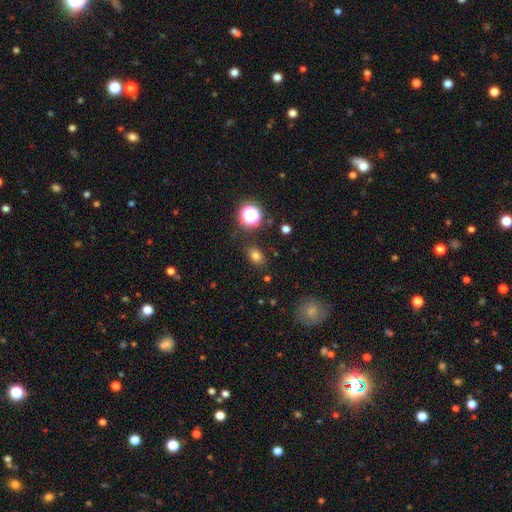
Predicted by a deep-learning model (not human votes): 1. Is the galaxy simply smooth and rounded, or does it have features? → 75% smooth, 18% star or artifact, 7% featured or disk.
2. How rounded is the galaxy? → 68% in between, 30% round, 1% cigar-shaped.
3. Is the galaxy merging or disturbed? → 83% none, 11% minor disturbance, 3% major disturbance, 3% merger.